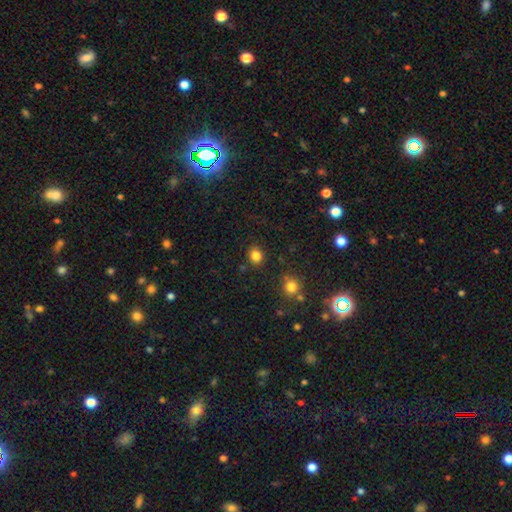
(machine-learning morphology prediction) type=smooth (83%); roundness=round (77%); merging=none (86%).